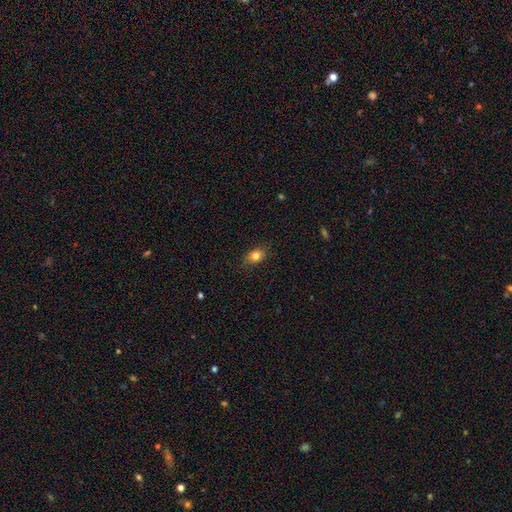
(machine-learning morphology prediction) Smooth or featured?
  - smooth: 82% *
  - star or artifact: 10%
  - featured or disk: 8%
How rounded?
  - in between: 67% *
  - round: 31%
  - cigar-shaped: 2%
Merging?
  - none: 82% *
  - minor disturbance: 14%
  - major disturbance: 3%
  - merger: 1%